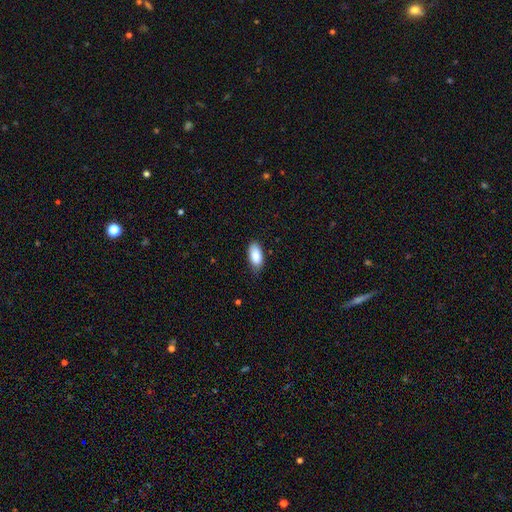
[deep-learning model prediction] A smooth galaxy with no disk features (88%) that is in between round and cigar-shaped (91%).

Vote fractions:
- Smooth or featured? smooth: 88% / star or artifact: 6% / featured or disk: 6%
- How rounded? in between: 91% / cigar-shaped: 7% / round: 2%
- Merging? none: 74% / minor disturbance: 22% / major disturbance: 3% / merger: 1%